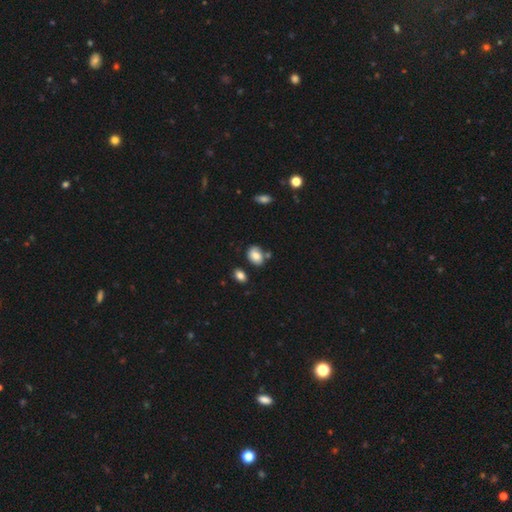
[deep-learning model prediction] A smooth galaxy with no disk features (79%) that is in between round and cigar-shaped (77%).

Vote fractions:
- Smooth or featured? smooth: 79% / featured or disk: 12% / star or artifact: 9%
- How rounded? in between: 77% / round: 21% / cigar-shaped: 1%
- Merging? none: 66% / minor disturbance: 18% / merger: 12% / major disturbance: 4%